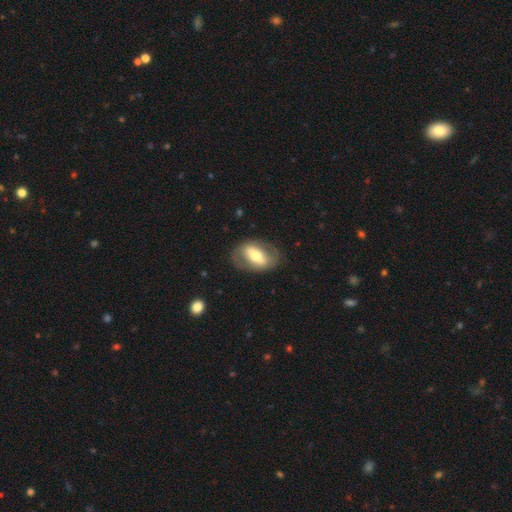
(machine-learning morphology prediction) Overall: featured or disk (54%; smooth 40%). Edge-on disk: no (85%). Merging: none (77%).